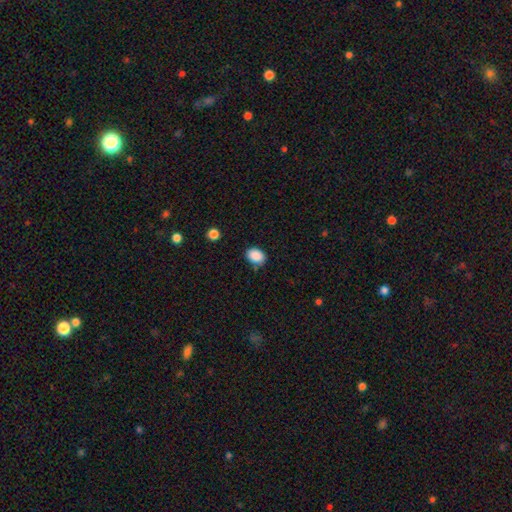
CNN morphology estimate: Smooth or featured? Predicted: smooth (p=0.89). How rounded? Predicted: in between (p=0.70). Merging? Predicted: none (p=0.78).